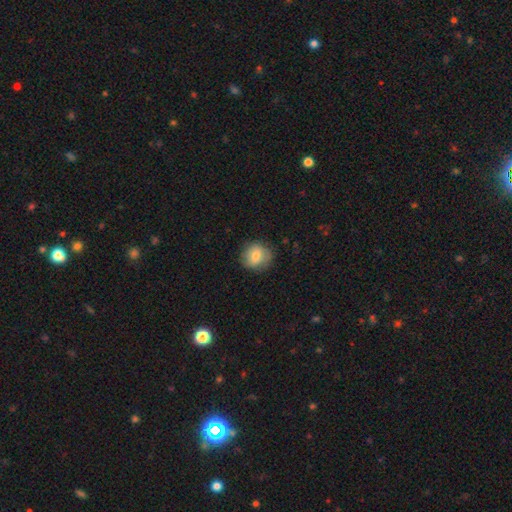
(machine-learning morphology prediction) Smooth or featured?
  - smooth: 76% *
  - featured or disk: 15%
  - star or artifact: 8%
How rounded?
  - round: 80% *
  - in between: 19%
  - cigar-shaped: 1%
Merging?
  - none: 81% *
  - minor disturbance: 14%
  - major disturbance: 4%
  - merger: 1%